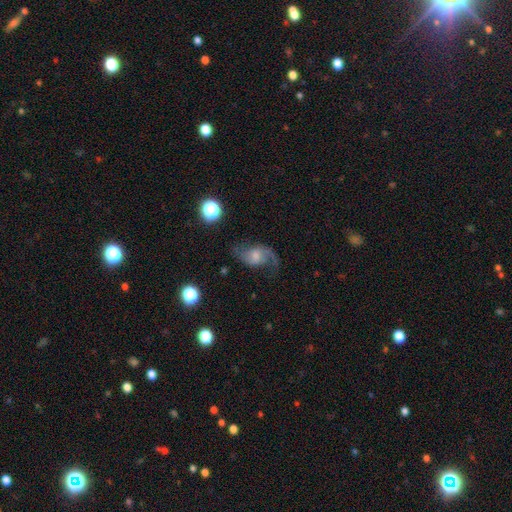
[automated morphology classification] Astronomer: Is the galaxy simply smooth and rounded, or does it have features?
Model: featured or disk — 79%.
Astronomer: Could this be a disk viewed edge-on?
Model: no — 97%.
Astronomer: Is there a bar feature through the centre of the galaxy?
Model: weak — 50% (runner-up: no, 41%).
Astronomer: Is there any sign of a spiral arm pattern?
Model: yes — 95%.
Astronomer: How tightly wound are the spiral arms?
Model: loose — 60%.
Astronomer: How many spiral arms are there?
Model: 2 — 85%.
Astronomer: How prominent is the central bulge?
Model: moderate — 42% (runner-up: small, 31%).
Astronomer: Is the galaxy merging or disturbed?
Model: none — 61%.